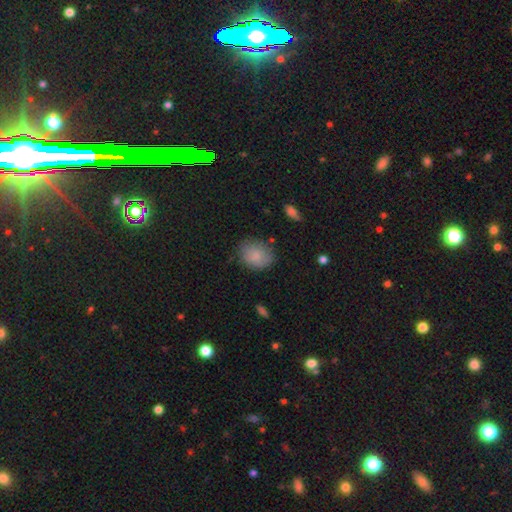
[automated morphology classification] A smooth galaxy with no disk features (82%) that is round (54%). Merging: none (74%).